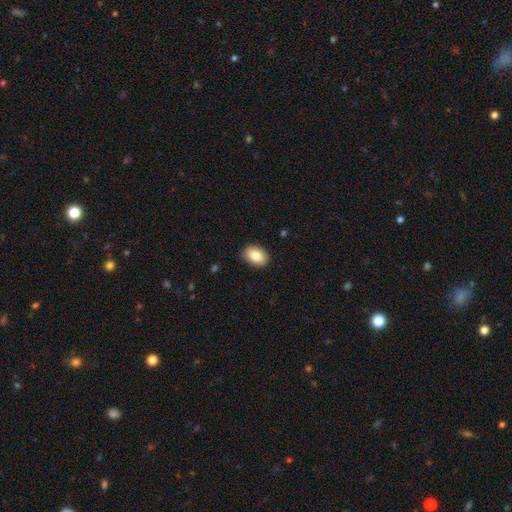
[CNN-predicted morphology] This appears to be a smooth galaxy with no disk features (83%) that is in between round and cigar-shaped (78%). Merging: none (86%).